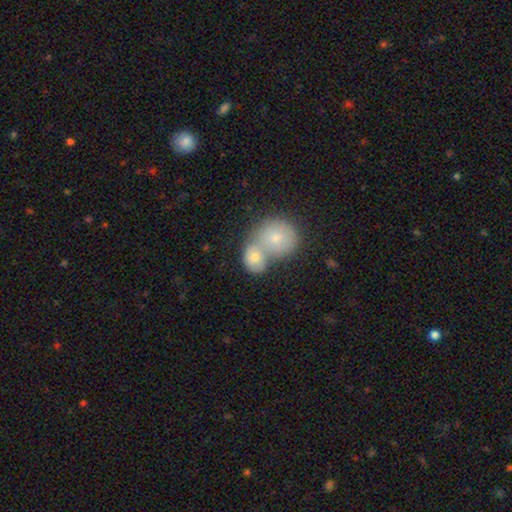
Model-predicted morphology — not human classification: smooth-or-featured: smooth: 69% | featured or disk: 21% | star or artifact: 10%
  how-rounded: round: 72% | in between: 27% | cigar-shaped: 1%
  merging: merger: 68% | none: 23% | minor disturbance: 6% | major disturbance: 3%